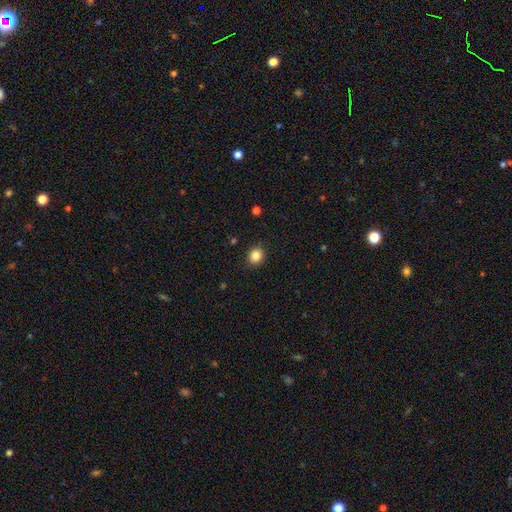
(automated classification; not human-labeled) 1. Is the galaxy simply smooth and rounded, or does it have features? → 85% smooth, 10% star or artifact, 5% featured or disk.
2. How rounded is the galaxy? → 70% round, 29% in between, 1% cigar-shaped.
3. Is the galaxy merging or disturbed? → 89% none, 7% minor disturbance, 2% major disturbance, 1% merger.